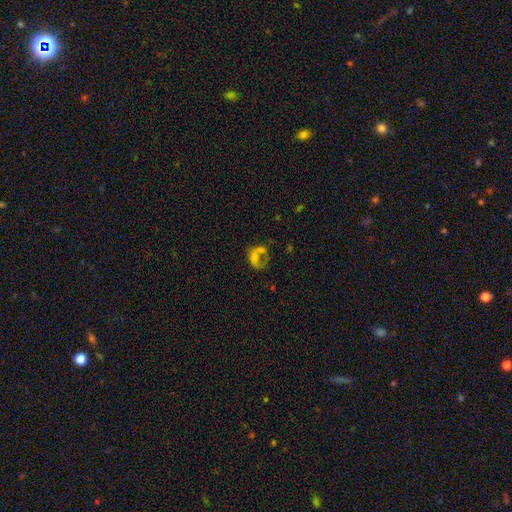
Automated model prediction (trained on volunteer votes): Smooth or featured?
  - smooth: 47% *
  - featured or disk: 36%
  - star or artifact: 17%
Merging?
  - major disturbance: 32% *
  - none: 29%
  - merger: 24%
  - minor disturbance: 15%